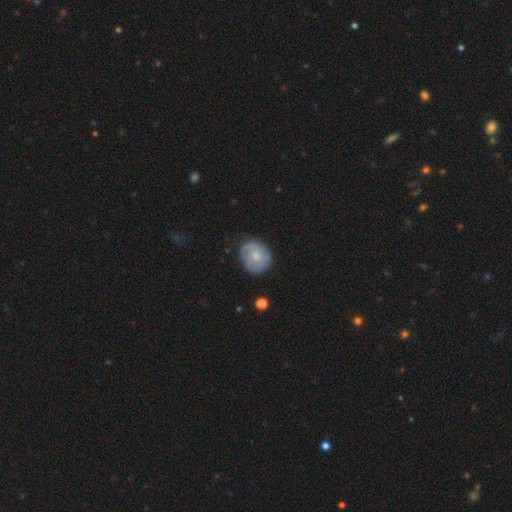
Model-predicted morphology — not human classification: Smooth or featured? featured or disk (50%)
Merging? none (74%)